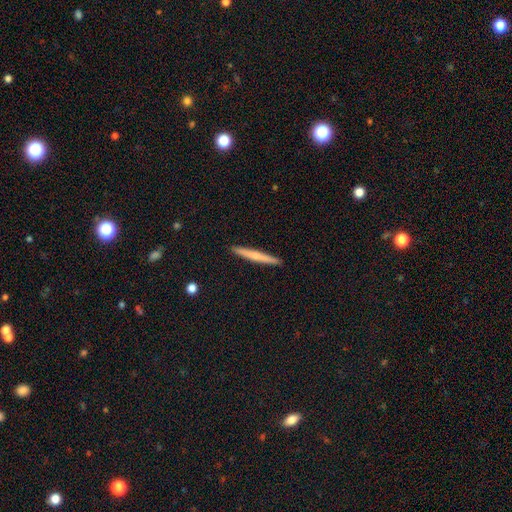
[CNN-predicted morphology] A smooth galaxy with no disk features (60%) that is cigar-shaped (96%).

Vote fractions:
- Smooth or featured? smooth: 60% / featured or disk: 34% / star or artifact: 6%
- How rounded? cigar-shaped: 96% / in between: 2% / round: 1%
- Merging? none: 92% / minor disturbance: 5% / major disturbance: 1% / merger: 1%